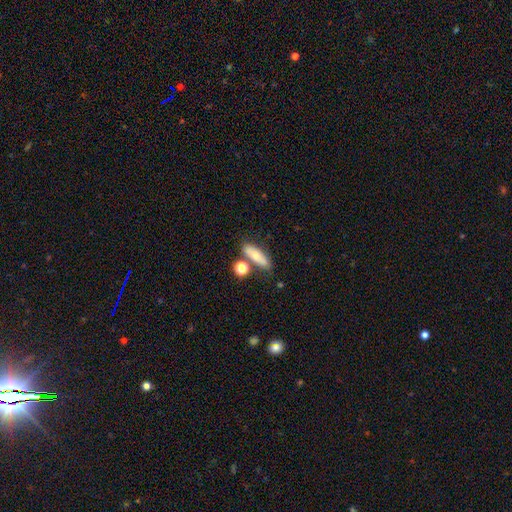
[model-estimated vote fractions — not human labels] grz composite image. It shows a smooth galaxy with no disk features (64%) that is in between round and cigar-shaped (55%). Merging: none (66%).